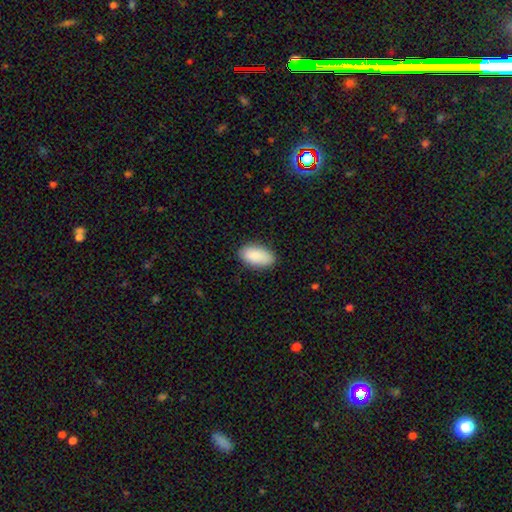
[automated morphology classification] The model was most divided on "merging": none: 84%, minor disturbance: 12%, major disturbance: 2%, merger: 1%. More confident: how rounded — in between (94%); smooth or featured — smooth (89%).